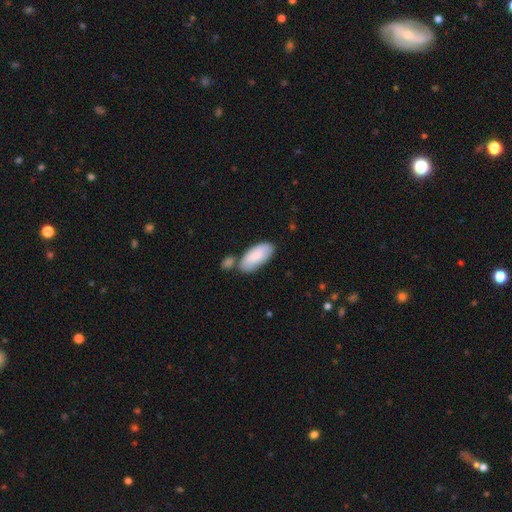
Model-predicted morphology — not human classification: Smooth or featured? smooth (80%)
How rounded? in between (89%)
Merging? none (51%)